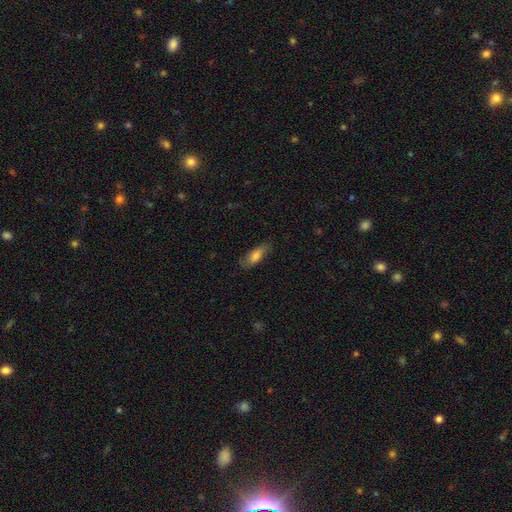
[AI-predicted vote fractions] smooth_or_featured: smooth (p=0.69) [alt: featured or disk p=0.24]
how_rounded: in between (p=0.70) [alt: cigar-shaped p=0.27]
merging: none (p=0.75) [alt: minor disturbance p=0.19]